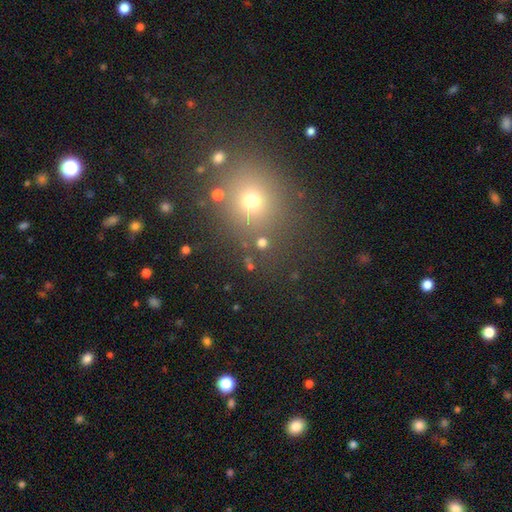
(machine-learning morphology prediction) The model was most divided on "smooth or featured": smooth: 55%, star or artifact: 36%, featured or disk: 9%. More confident: merging — none (84%); how rounded — round (74%).